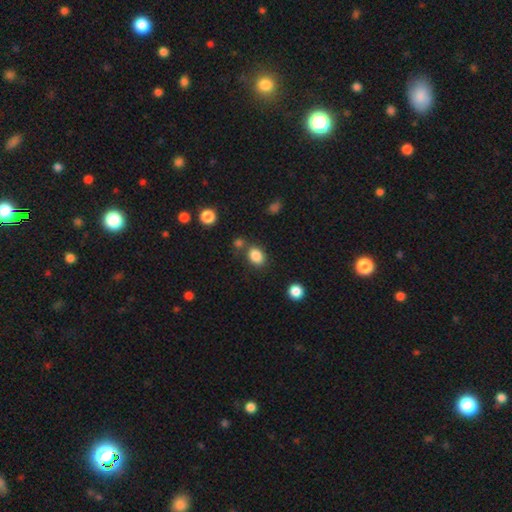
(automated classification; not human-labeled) Overall: smooth (86%). How rounded: in between (70%). Merging: none (73%).